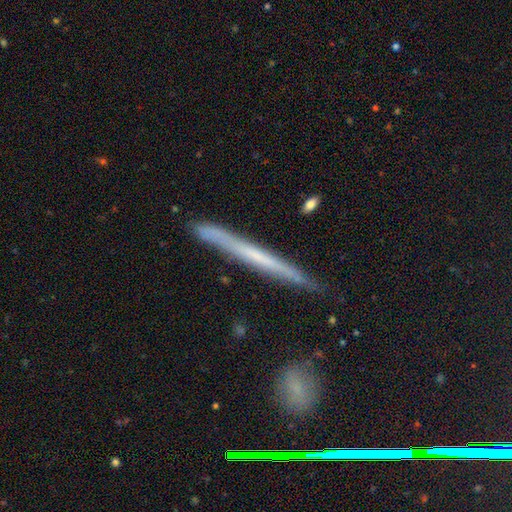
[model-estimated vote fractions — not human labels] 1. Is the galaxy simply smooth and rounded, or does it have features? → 53% featured or disk, 38% smooth, 9% star or artifact.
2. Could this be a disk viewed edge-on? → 95% yes, 5% no.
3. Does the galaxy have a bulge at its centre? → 84% none, 11% rounded, 6% boxy.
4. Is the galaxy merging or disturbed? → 84% none, 13% minor disturbance, 2% major disturbance, 2% merger.